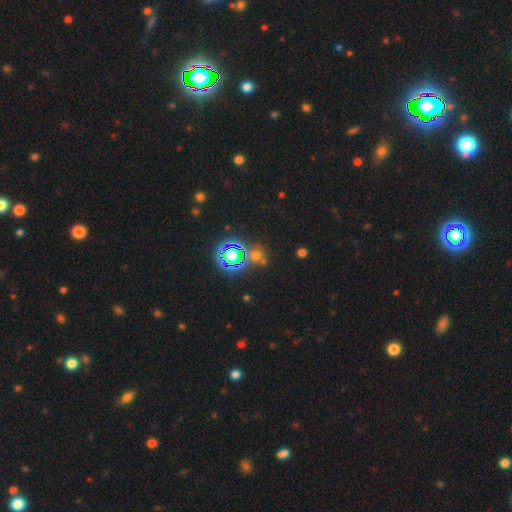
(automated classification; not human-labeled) Smooth or featured: star or artifact — 52% (smooth — 39%)